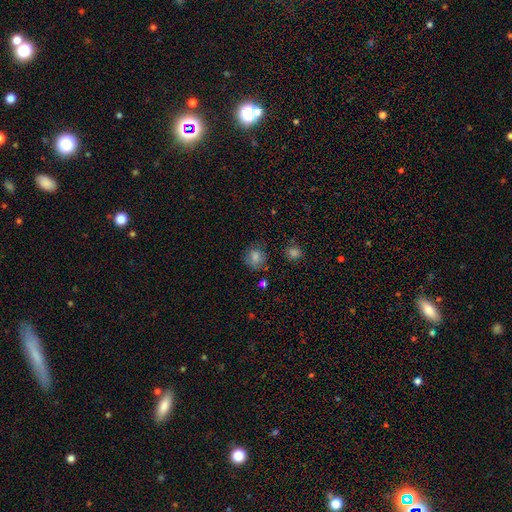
A smooth galaxy with no disk features (79%) that is round (94%). Merging: none (71%).